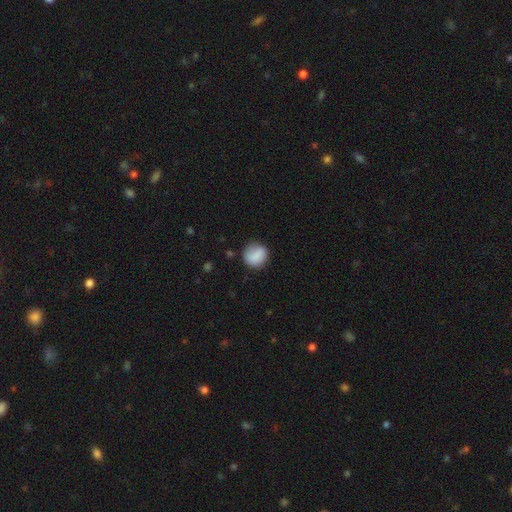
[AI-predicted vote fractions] Morphology: type=smooth (83%); roundness=round (83%); merging=none (75%).